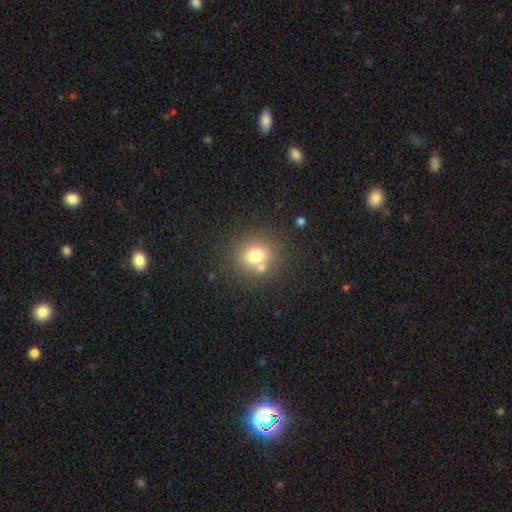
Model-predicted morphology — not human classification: smooth_or_featured: smooth (p=0.73) [alt: star or artifact p=0.15]
how_rounded: round (p=0.84) [alt: in between p=0.15]
merging: none (p=0.67) [alt: merger p=0.19]